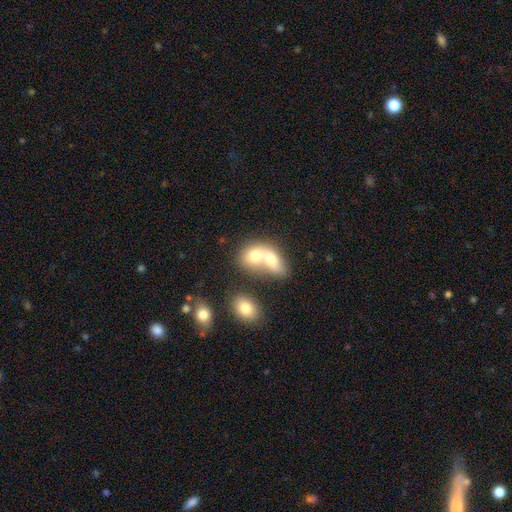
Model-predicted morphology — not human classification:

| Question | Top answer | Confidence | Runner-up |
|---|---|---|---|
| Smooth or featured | smooth | 71% | featured or disk (21%) |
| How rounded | in between | 59% | round (39%) |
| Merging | merger | 76% | none (16%) |